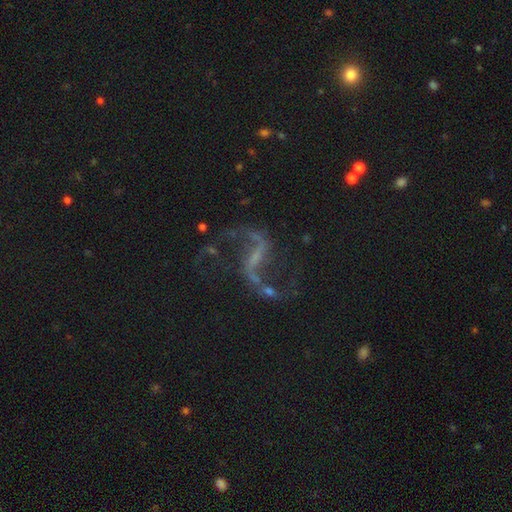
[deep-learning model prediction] A featured or disk galaxy (88%) with a strong bar (47%), 2 (93%) loose (83%) spiral arms (96%) and no central bulge (51%).

Vote fractions:
- Smooth or featured? featured or disk: 88% / star or artifact: 8% / smooth: 4%
- Edge-on disk? no: 97% / yes: 3%
- Bar? strong: 47% / weak: 39% / no: 15%
- Spiral arms? yes: 96% / no: 4%
- Spiral winding? loose: 83% / medium: 14% / tight: 3%
- Spiral arm count? 2: 93% / 1: 2% / can't tell: 2% / 3: 1% / 4: 1% / more than 4: 1%
- Bulge size? none: 51% / small: 36% / moderate: 10% / large: 2% / dominant: 1%
- Merging? none: 67% / major disturbance: 14% / minor disturbance: 14% / merger: 5%